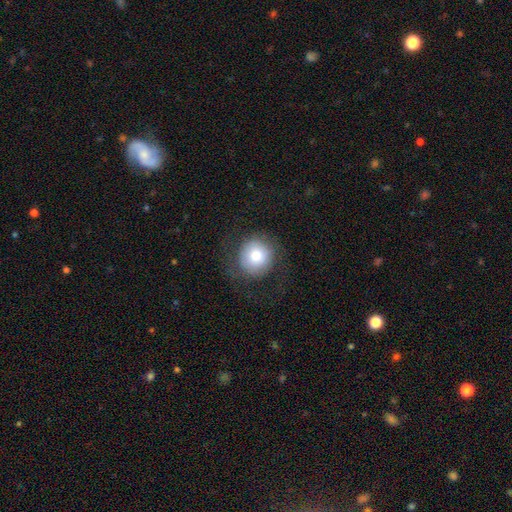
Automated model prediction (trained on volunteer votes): Overall: smooth (73%). How rounded: round (92%). Merging: none (75%).